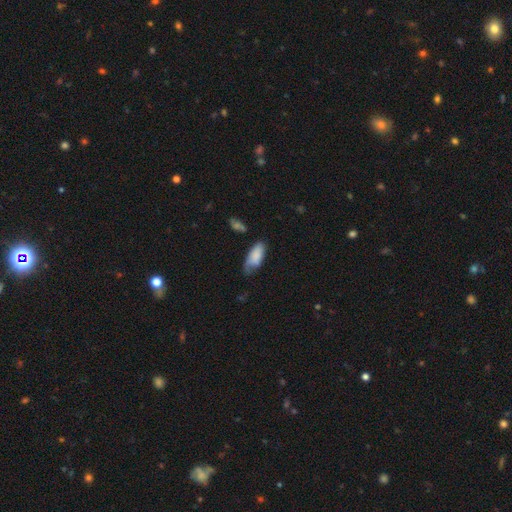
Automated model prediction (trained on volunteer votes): This is clearly a smooth galaxy (81%). How rounded: clearly in between (87%). Merging: marginally none (41%, tied with minor disturbance).